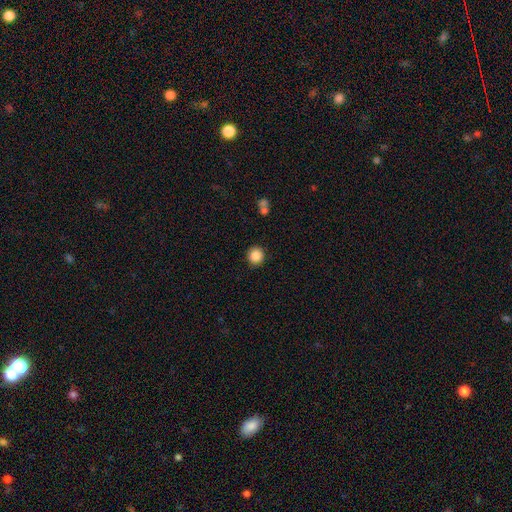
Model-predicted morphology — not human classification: A smooth galaxy with no disk features (87%) that is round (93%). Merging: none (91%).